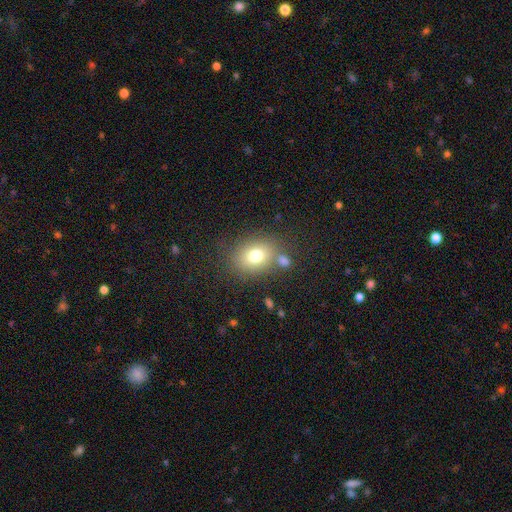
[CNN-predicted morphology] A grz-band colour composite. It shows a smooth galaxy with no disk features (75%) that is in between round and cigar-shaped (52%). Merging: none (68%).